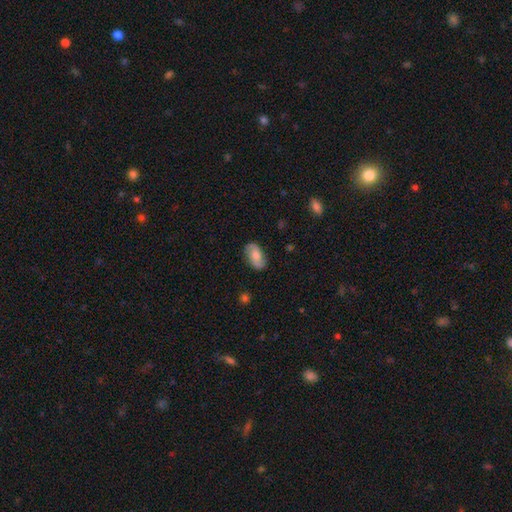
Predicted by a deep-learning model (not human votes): Smooth or featured? smooth (54%)
How rounded? in between (92%)
Merging? none (81%)